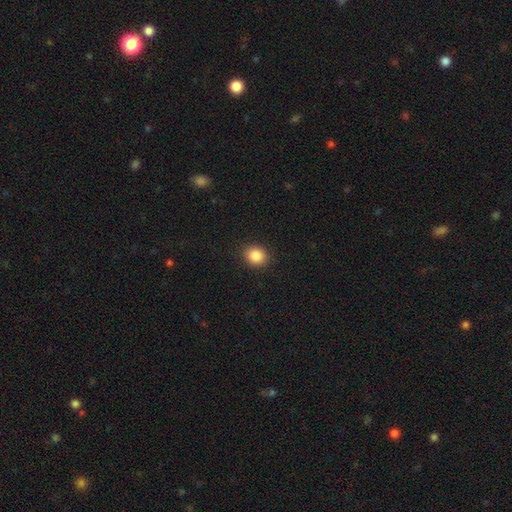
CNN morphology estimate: smooth_or_featured: smooth (p=0.86) [alt: star or artifact p=0.10]
how_rounded: round (p=0.69) [alt: in between p=0.30]
merging: none (p=0.90) [alt: minor disturbance p=0.07]